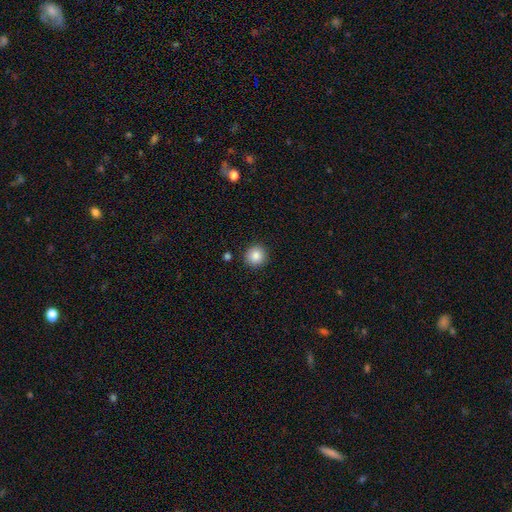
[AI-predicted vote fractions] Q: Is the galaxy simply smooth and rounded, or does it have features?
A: smooth — 87%.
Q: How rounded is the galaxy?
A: round — 93%.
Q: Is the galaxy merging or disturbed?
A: none — 91%.